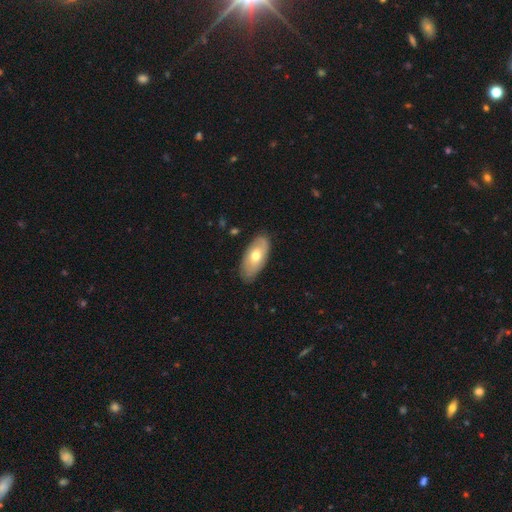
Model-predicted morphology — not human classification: Smooth or featured?
  - smooth: 58% *
  - featured or disk: 37%
  - star or artifact: 6%
How rounded?
  - in between: 91% *
  - cigar-shaped: 6%
  - round: 3%
Merging?
  - none: 80% *
  - minor disturbance: 16%
  - major disturbance: 3%
  - merger: 1%